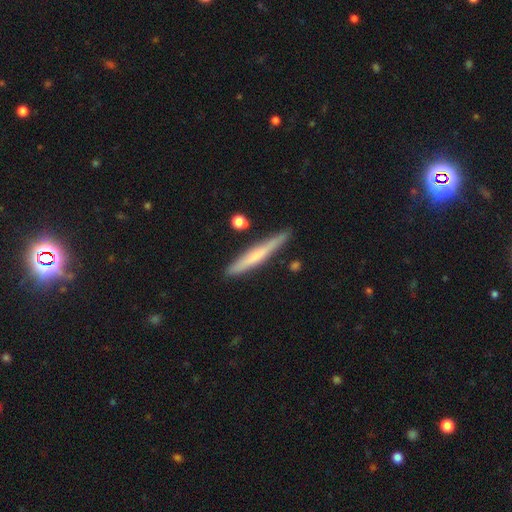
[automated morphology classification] type=smooth (51%); roundness=cigar-shaped (95%); merging=none (84%).